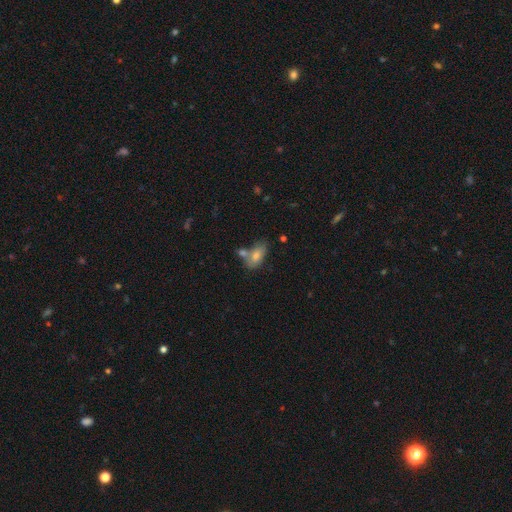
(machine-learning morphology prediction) Smooth or featured?
  - smooth: 74% *
  - featured or disk: 18%
  - star or artifact: 8%
How rounded?
  - in between: 89% *
  - round: 5%
  - cigar-shaped: 5%
Merging?
  - none: 44% *
  - merger: 31%
  - minor disturbance: 18%
  - major disturbance: 7%